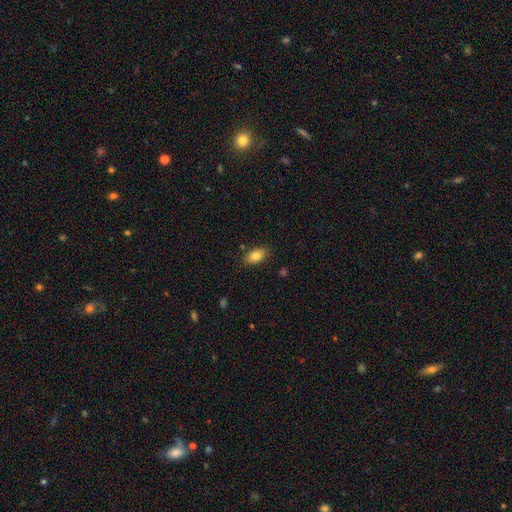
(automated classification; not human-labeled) Overall: smooth (82%). How rounded: in between (90%). Merging: none (86%).